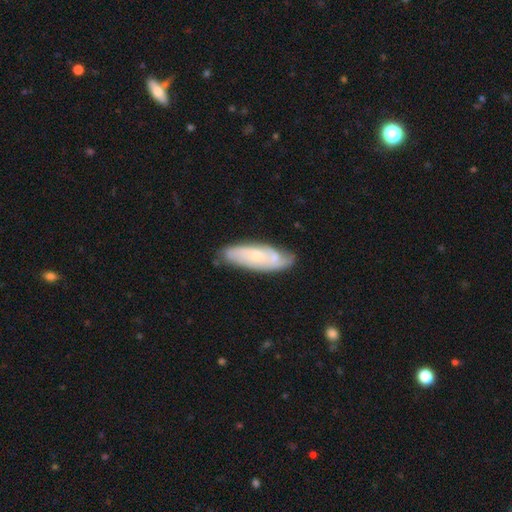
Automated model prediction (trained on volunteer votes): Smooth or featured? Predicted: featured or disk (p=0.58). Edge-on disk? Predicted: no (p=0.82). Merging? Predicted: none (p=0.70).